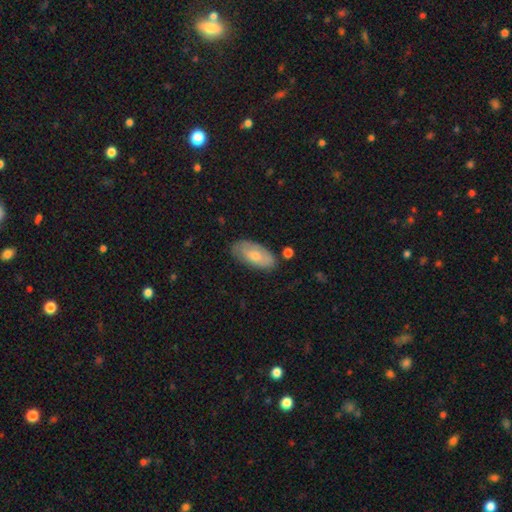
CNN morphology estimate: Smooth or featured?
  - smooth: 68% *
  - featured or disk: 26%
  - star or artifact: 6%
How rounded?
  - in between: 91% *
  - cigar-shaped: 7%
  - round: 2%
Merging?
  - none: 73% *
  - minor disturbance: 20%
  - major disturbance: 4%
  - merger: 3%